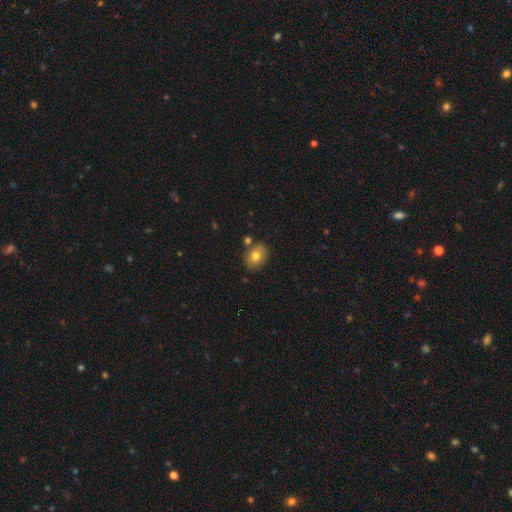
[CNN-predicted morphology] Overall: smooth (75%). How rounded: in between (56%; round 43%). Merging: none (79%).